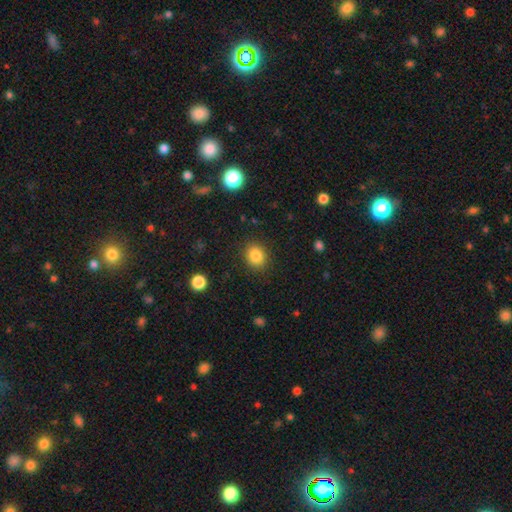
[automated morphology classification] The model was most divided on "how rounded": round: 66%, in between: 33%, cigar-shaped: 1%. More confident: merging — none (88%); smooth or featured — smooth (84%).